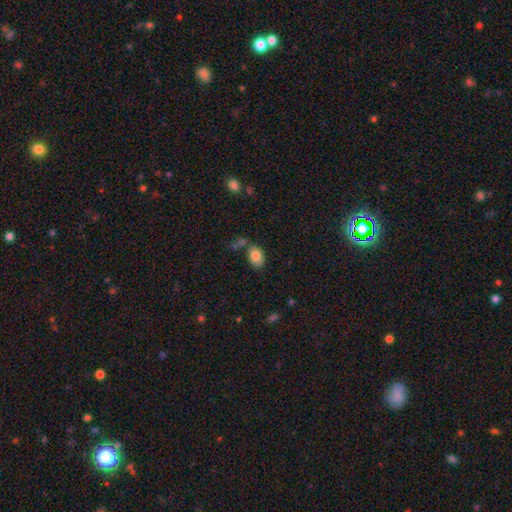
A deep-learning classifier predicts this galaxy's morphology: Smooth or featured?
  - smooth: 83% *
  - featured or disk: 9%
  - star or artifact: 8%
How rounded?
  - in between: 87% *
  - round: 12%
  - cigar-shaped: 1%
Merging?
  - none: 66% *
  - minor disturbance: 16%
  - merger: 13%
  - major disturbance: 5%